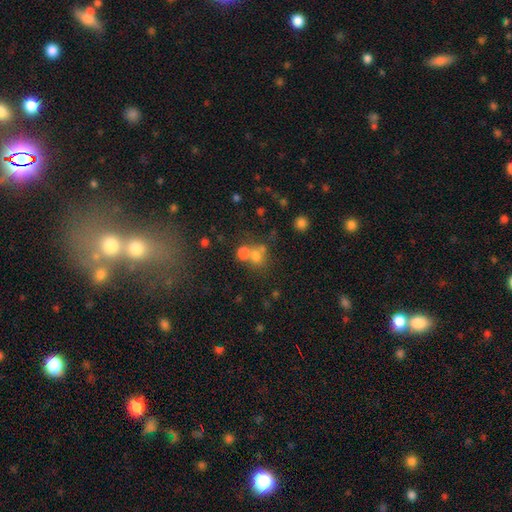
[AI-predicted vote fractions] This is likely a smooth galaxy (68%). How rounded: likely round (74%). Merging: possibly merger (47%).